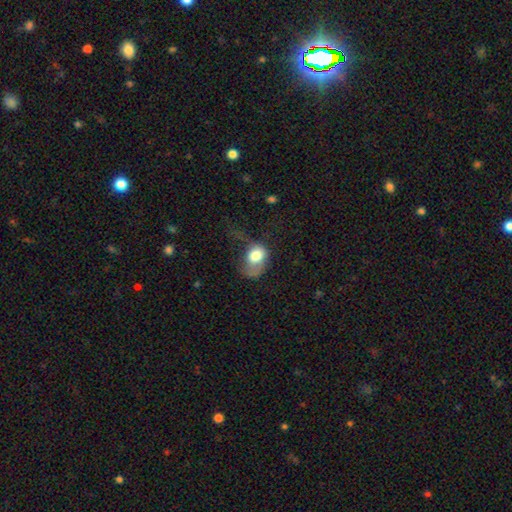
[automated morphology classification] smooth 73%, featured or disk 18%, star or artifact 9%. Down the decision tree: how rounded — in between (63%); merging — major disturbance (48%).